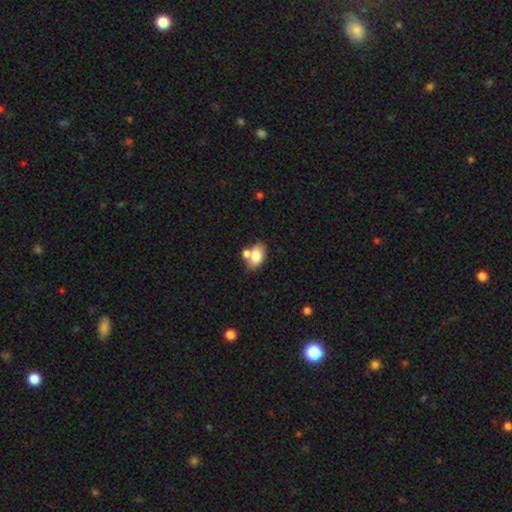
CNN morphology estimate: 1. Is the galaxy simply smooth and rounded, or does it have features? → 78% smooth, 14% featured or disk, 8% star or artifact.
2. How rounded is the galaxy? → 88% in between, 10% round, 2% cigar-shaped.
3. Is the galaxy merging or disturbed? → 45% none, 36% merger, 13% minor disturbance, 5% major disturbance.